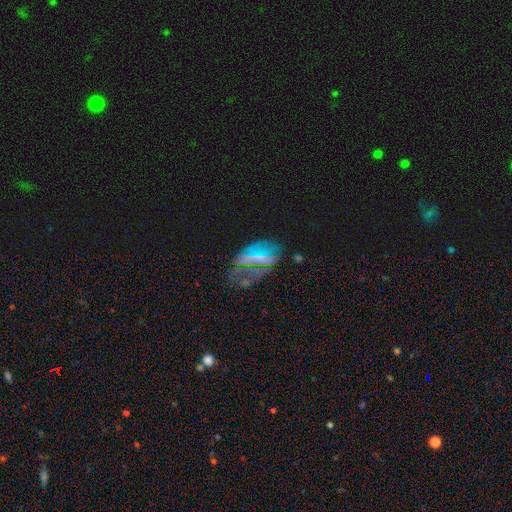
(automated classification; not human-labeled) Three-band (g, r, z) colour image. It shows a featured or disk galaxy (52%). Merging: none (47%).